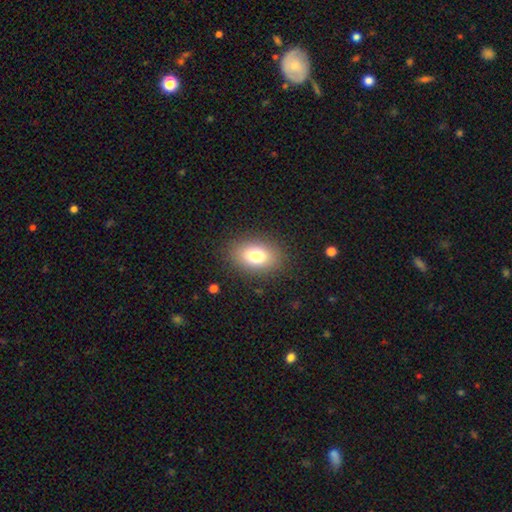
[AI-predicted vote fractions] This is likely a smooth galaxy (78%). How rounded: clearly in between (81%). Merging: clearly none (86%).